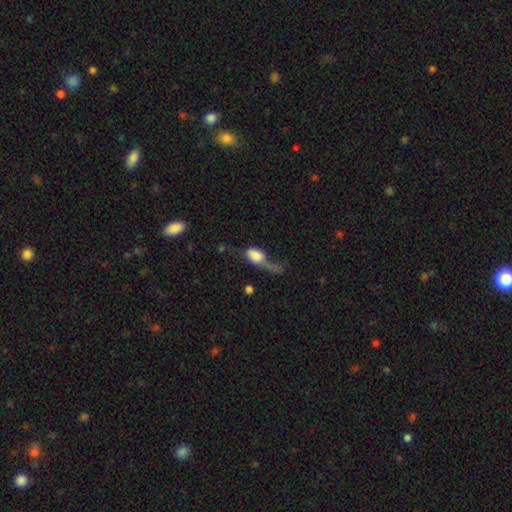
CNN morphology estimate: Overall: smooth (61%; featured or disk 30%). How rounded: in between (72%). Merging: major disturbance (57%; minor disturbance 17%).